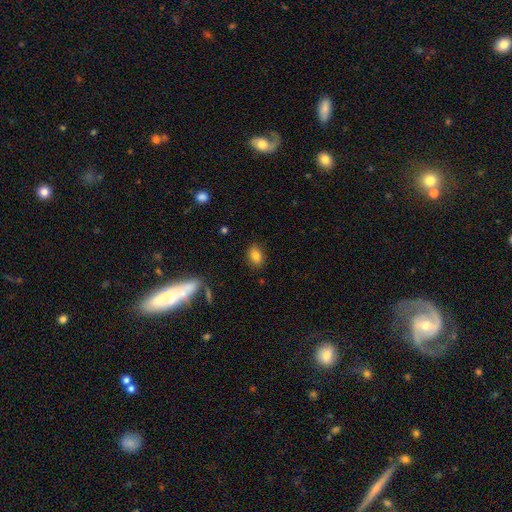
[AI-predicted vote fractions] Overall: smooth (80%). How rounded: in between (72%). Merging: none (85%).